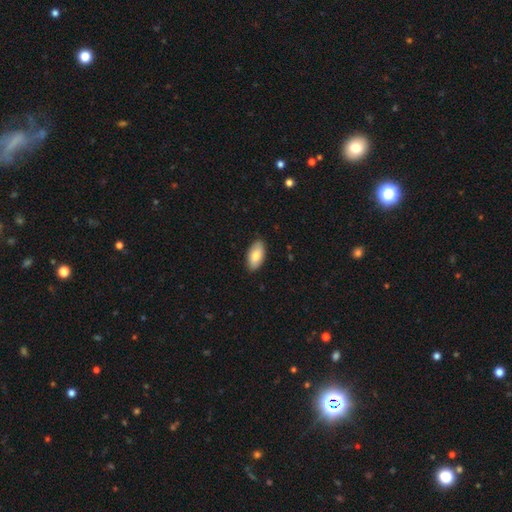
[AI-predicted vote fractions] This is likely a smooth galaxy (79%). How rounded: clearly in between (94%). Merging: clearly none (88%).